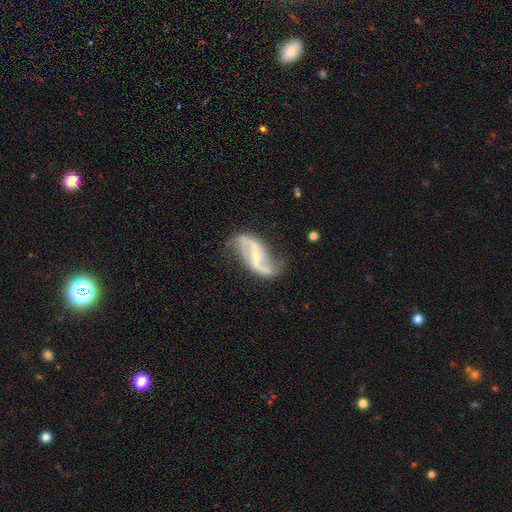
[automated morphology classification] smooth-or-featured: featured or disk: 88% | smooth: 7% | star or artifact: 5%
  disk-edge-on: no: 96% | yes: 4%
    bar: strong: 39% (tied) | weak: 39% (tied) | no: 22%
    has-spiral-arms: yes: 95% | no: 5%
      spiral-winding: loose: 77% | medium: 18% | tight: 5%
      spiral-arm-count: 2: 92% | can't tell: 2% | 1: 2% | 3: 1% | 4: 1% | more than 4: 1%
    bulge-size: small: 63% | moderate: 20% | none: 14% | large: 2% | dominant: 1%
  merging: none: 67% | minor disturbance: 20% | major disturbance: 10% | merger: 3%